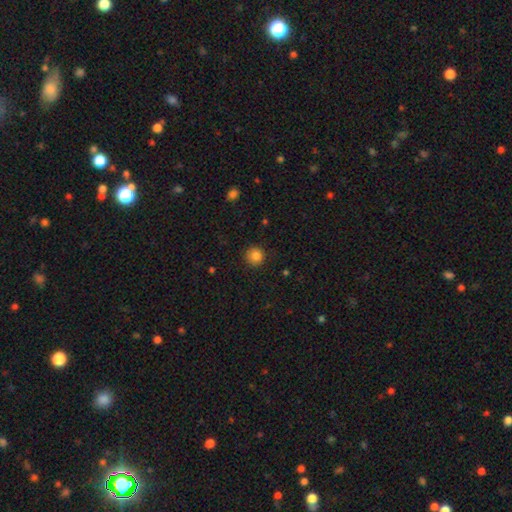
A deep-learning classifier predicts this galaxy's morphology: A smooth galaxy with no disk features (85%) that is round (93%).

Vote fractions:
- Smooth or featured? smooth: 85% / star or artifact: 11% / featured or disk: 4%
- How rounded? round: 93% / in between: 6% / cigar-shaped: 1%
- Merging? none: 88% / minor disturbance: 8% / major disturbance: 2% / merger: 1%